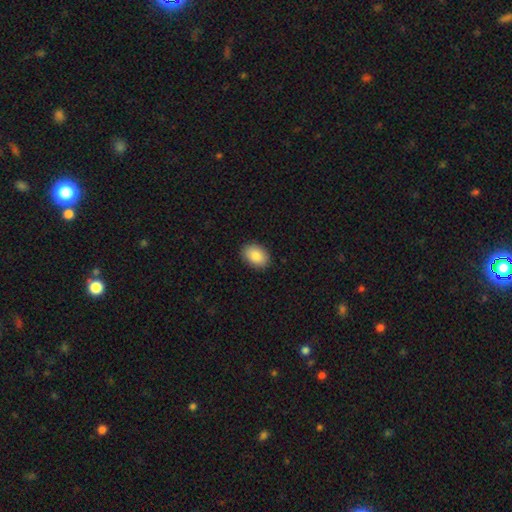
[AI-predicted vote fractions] smooth 88%, star or artifact 7%, featured or disk 5%. Down the decision tree: how rounded — in between (85%); merging — none (89%).